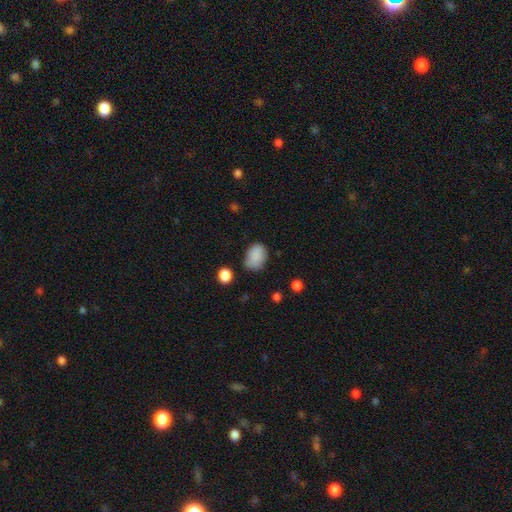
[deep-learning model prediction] This is clearly a smooth galaxy (86%). How rounded: likely in between (77%). Merging: likely none (62%).